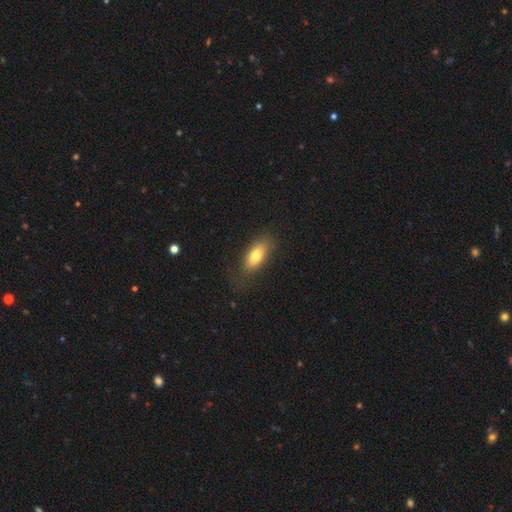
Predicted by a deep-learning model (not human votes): Morphology: type=smooth (75%); roundness=in between (81%); merging=none (75%).